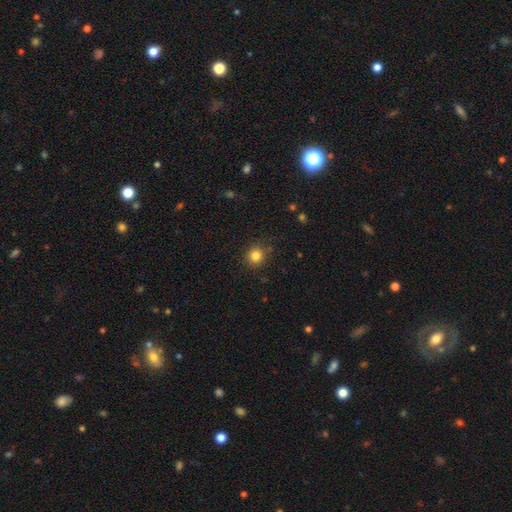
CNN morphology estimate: This appears to be a smooth galaxy with no disk features (82%) that is round (92%). Merging: none (86%).